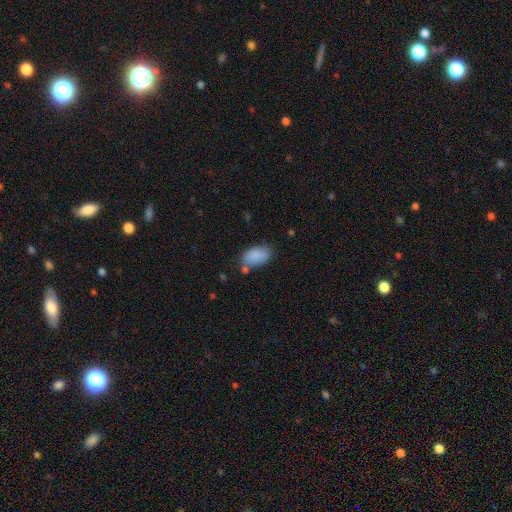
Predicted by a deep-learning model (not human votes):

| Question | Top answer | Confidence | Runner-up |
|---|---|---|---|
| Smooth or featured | smooth | 87% | star or artifact (7%) |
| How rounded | in between | 93% | round (6%) |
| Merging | none | 61% | minor disturbance (22%) |